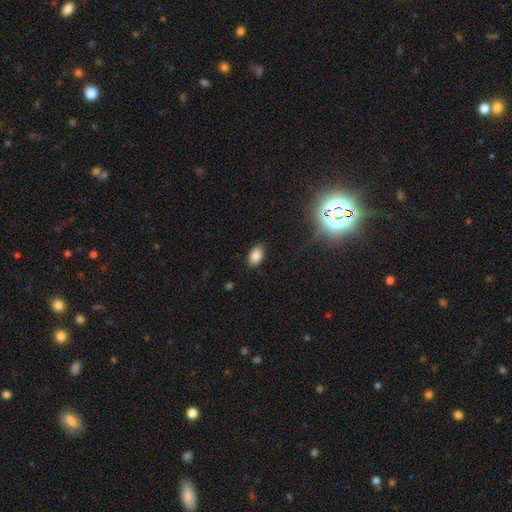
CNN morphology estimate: A smooth galaxy with no disk features (83%) that is in between round and cigar-shaped (92%). Merging: none (85%).